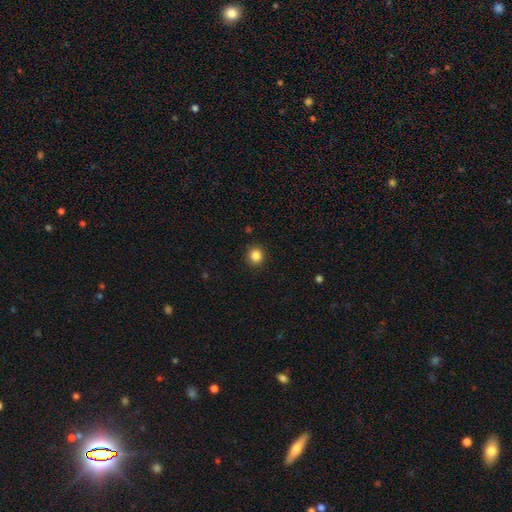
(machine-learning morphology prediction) Smooth or featured: smooth — 85% (star or artifact — 11%)
How rounded: round — 88% (in between — 11%)
Merging: none — 90% (minor disturbance — 7%)